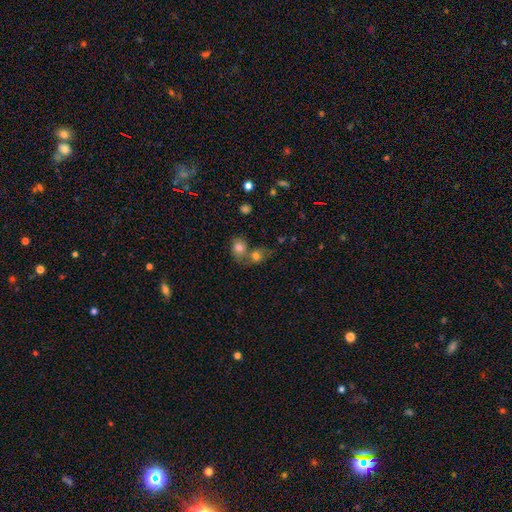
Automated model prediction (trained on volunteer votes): Smooth or featured? smooth (71%)
How rounded? round (61%)
Merging? merger (51%)